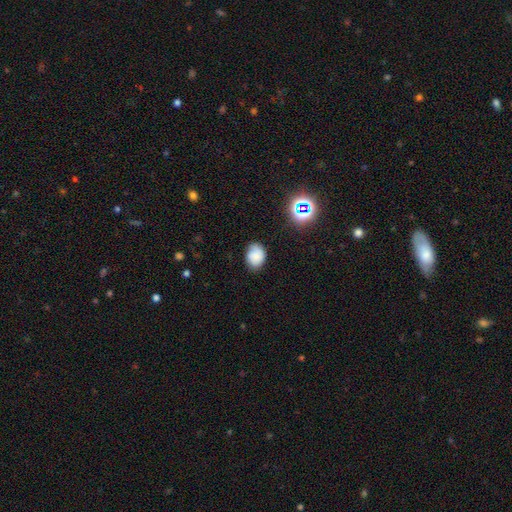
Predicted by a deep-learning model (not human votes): Q: Smooth or featured?
A: smooth (77%); runner-up: star or artifact (13%)
Q: How rounded?
A: in between (66%); runner-up: round (33%)
Q: Merging?
A: none (68%); runner-up: minor disturbance (25%)